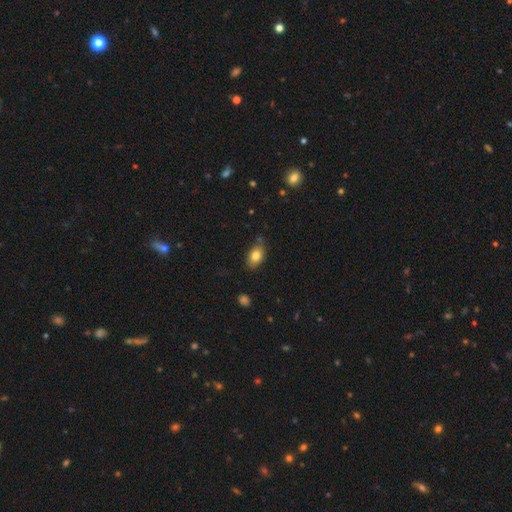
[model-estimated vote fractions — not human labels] Overall: smooth (81%). How rounded: in between (84%). Merging: none (78%).